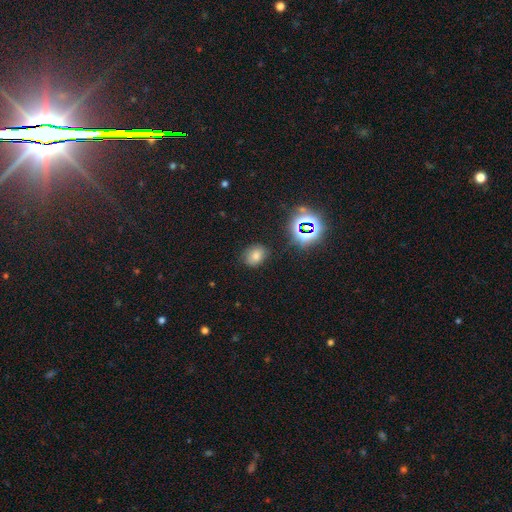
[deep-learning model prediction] A smooth galaxy with no disk features (65%) that is round (51%).

Vote fractions:
- Smooth or featured? smooth: 65% / star or artifact: 24% / featured or disk: 10%
- How rounded? round: 51% / in between: 47% / cigar-shaped: 1%
- Merging? none: 81% / minor disturbance: 13% / major disturbance: 4% / merger: 2%